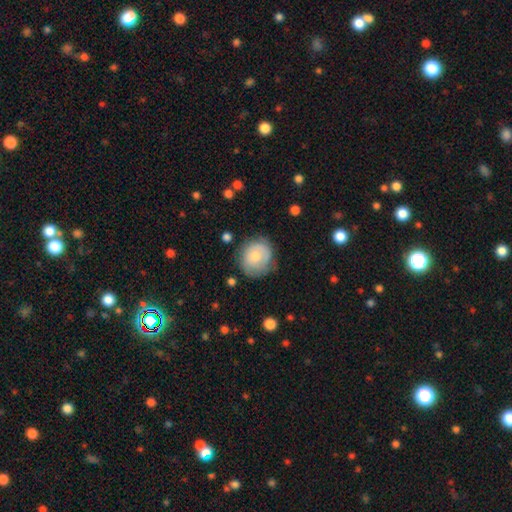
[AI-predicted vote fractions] This is likely a smooth galaxy (70%). How rounded: clearly round (81%). Merging: likely none (68%).